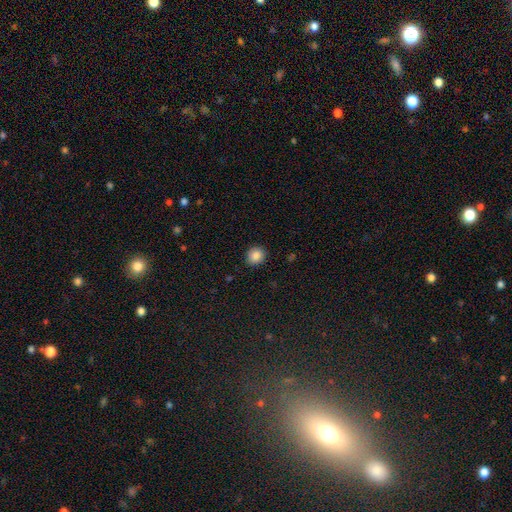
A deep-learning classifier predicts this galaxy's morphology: Smooth or featured? smooth (87%)
How rounded? round (80%)
Merging? none (90%)